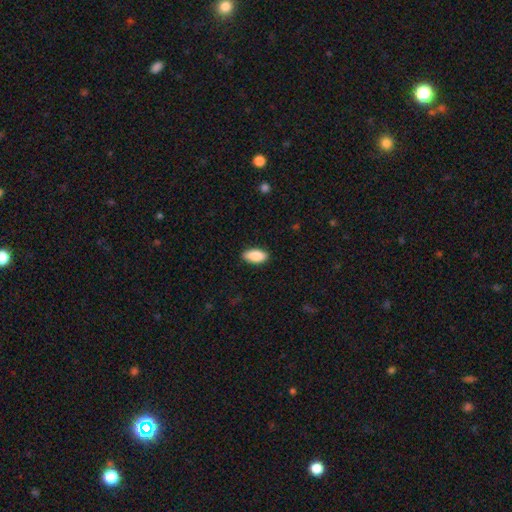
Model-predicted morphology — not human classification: Overall: smooth (89%). How rounded: in between (91%). Merging: none (89%).